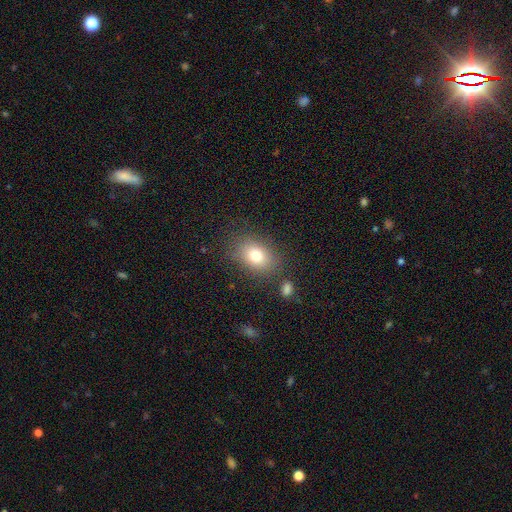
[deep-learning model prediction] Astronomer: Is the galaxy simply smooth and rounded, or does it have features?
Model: smooth — 77%.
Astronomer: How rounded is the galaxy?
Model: in between — 72%.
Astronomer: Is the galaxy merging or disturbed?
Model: none — 80%.